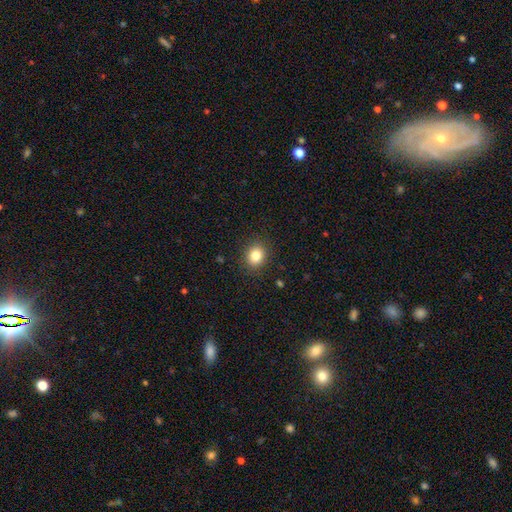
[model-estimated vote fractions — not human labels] Smooth or featured? Predicted: smooth (p=0.83). How rounded? Predicted: round (p=0.66). Merging? Predicted: none (p=0.89).